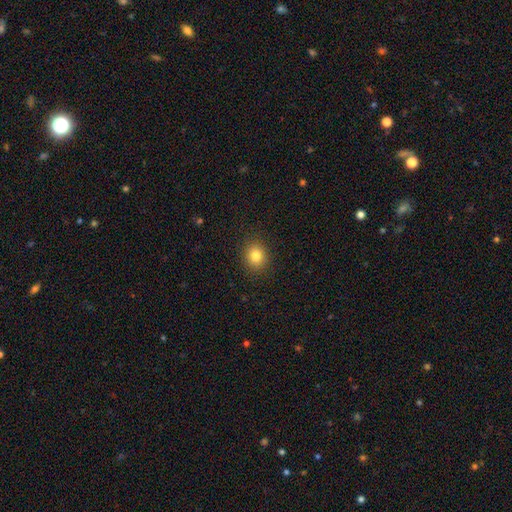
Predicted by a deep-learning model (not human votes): This appears to be a smooth galaxy with no disk features (82%) that is round (71%). Merging: none (90%).